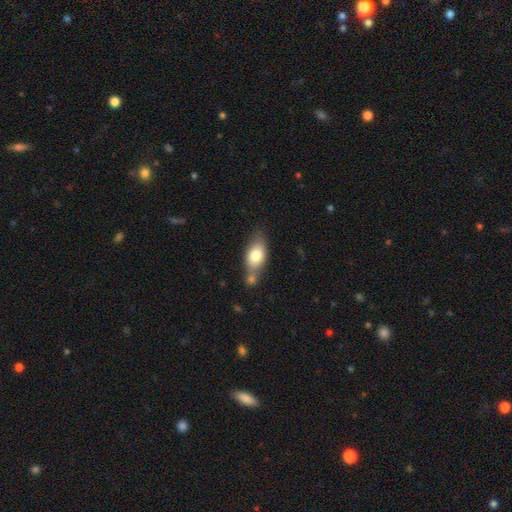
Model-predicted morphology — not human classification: Overall: smooth (74%). How rounded: in between (84%). Merging: none (45%; merger 31%).